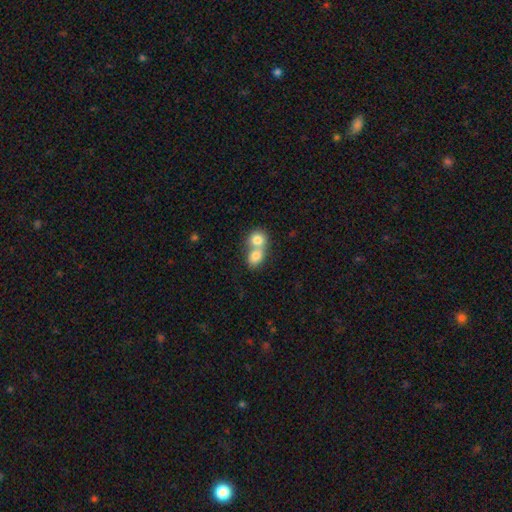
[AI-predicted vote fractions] A smooth galaxy with no disk features (78%) that is round (54%). Merging: merger (72%).